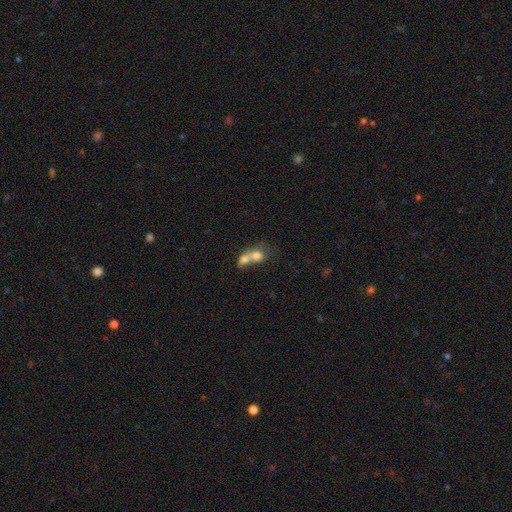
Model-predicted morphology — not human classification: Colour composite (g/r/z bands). It shows a smooth galaxy with no disk features (70%) that is round (56%). Merging: merger (78%).